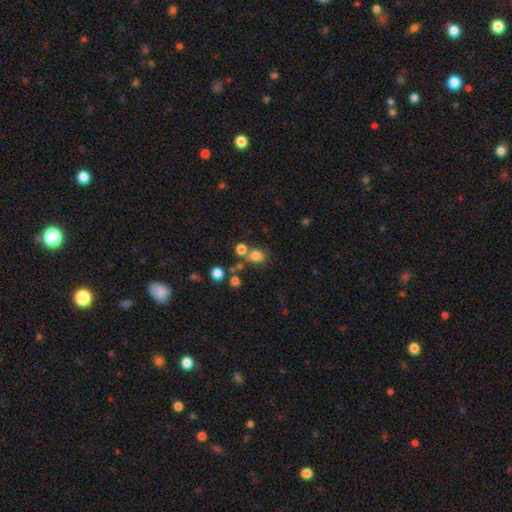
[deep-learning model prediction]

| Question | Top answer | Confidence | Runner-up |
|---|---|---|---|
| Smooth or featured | smooth | 78% | star or artifact (15%) |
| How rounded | round | 63% | in between (36%) |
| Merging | none | 62% | merger (21%) |